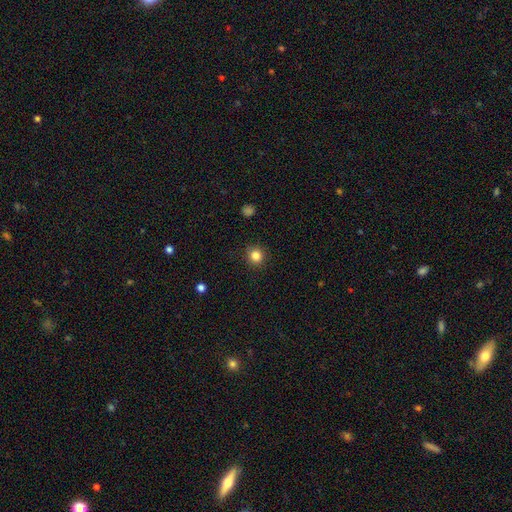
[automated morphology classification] smooth 84%, star or artifact 12%, featured or disk 4%. Down the decision tree: how rounded — round (93%); merging — none (91%).